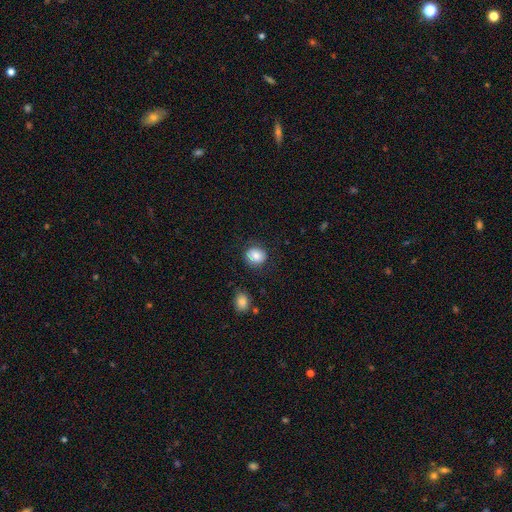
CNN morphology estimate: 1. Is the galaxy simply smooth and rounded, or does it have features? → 81% smooth, 10% featured or disk, 9% star or artifact.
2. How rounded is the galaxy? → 79% round, 21% in between, 1% cigar-shaped.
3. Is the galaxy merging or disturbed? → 80% none, 13% minor disturbance, 5% major disturbance, 2% merger.